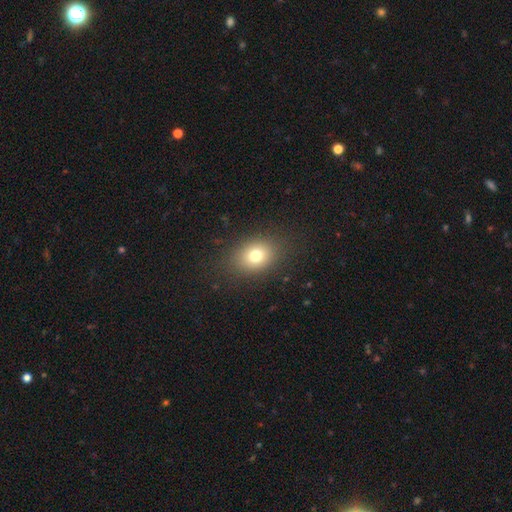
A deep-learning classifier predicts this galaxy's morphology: smooth_or_featured: smooth (p=0.75) [alt: star or artifact p=0.13]
how_rounded: in between (p=0.57) [alt: round p=0.42]
merging: none (p=0.85) [alt: minor disturbance p=0.10]